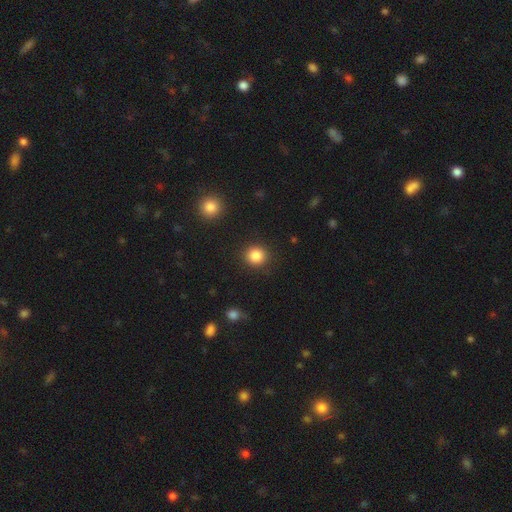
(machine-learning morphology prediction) Smooth or featured?
  - smooth: 85% *
  - star or artifact: 11%
  - featured or disk: 4%
How rounded?
  - round: 91% *
  - in between: 9%
  - cigar-shaped: 1%
Merging?
  - none: 90% *
  - minor disturbance: 6%
  - major disturbance: 3%
  - merger: 1%